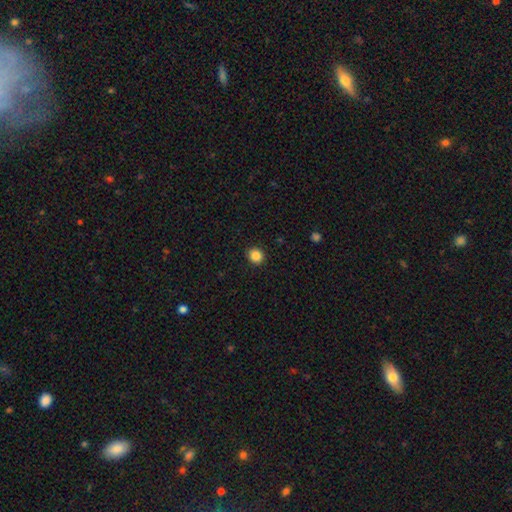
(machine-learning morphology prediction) smooth_or_featured: smooth (p=0.86) [alt: star or artifact p=0.10]
how_rounded: round (p=0.85) [alt: in between p=0.14]
merging: none (p=0.92) [alt: minor disturbance p=0.06]